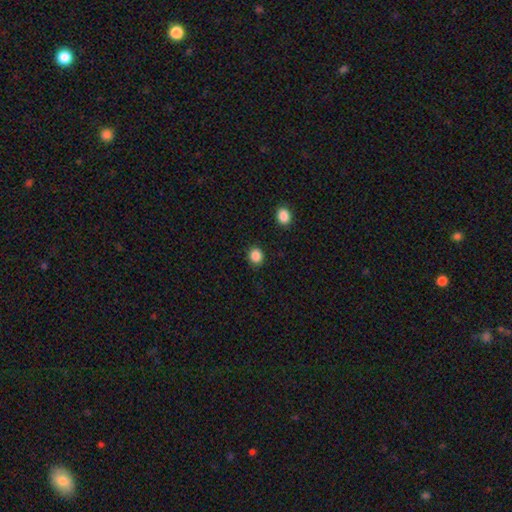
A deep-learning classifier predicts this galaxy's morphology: smooth 86%, star or artifact 10%, featured or disk 3%. Down the decision tree: how rounded — round (75%); merging — none (89%).